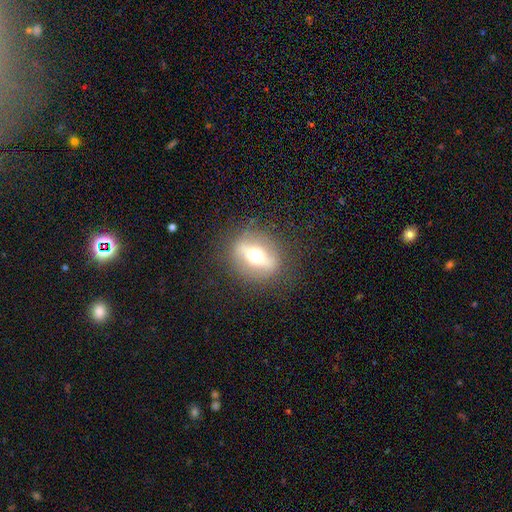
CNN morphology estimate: Smooth or featured? Predicted: featured or disk (p=0.58). Edge-on disk? Predicted: no (p=0.57). Merging? Predicted: none (p=0.83).